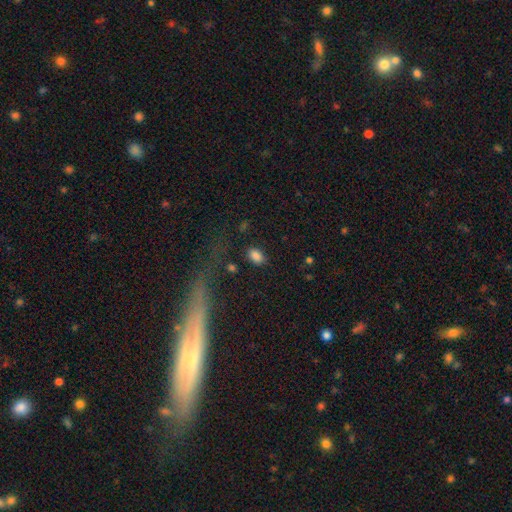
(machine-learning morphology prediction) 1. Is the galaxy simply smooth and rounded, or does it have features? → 85% smooth, 10% star or artifact, 5% featured or disk.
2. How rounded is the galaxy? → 85% in between, 13% round, 2% cigar-shaped.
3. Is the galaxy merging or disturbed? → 82% none, 11% minor disturbance, 4% major disturbance, 3% merger.